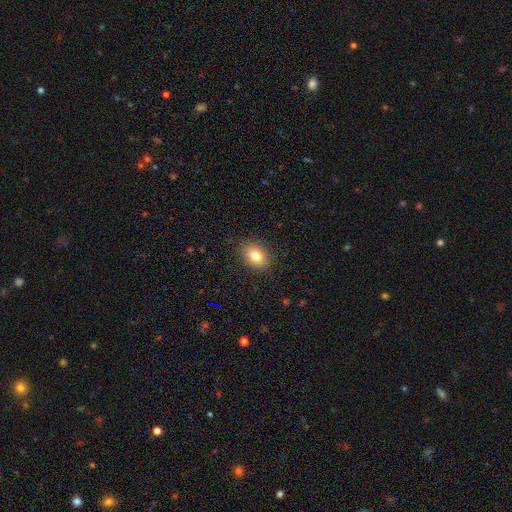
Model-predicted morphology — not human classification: A smooth galaxy with no disk features (77%) that is in between round and cigar-shaped (64%). Merging: none (86%).